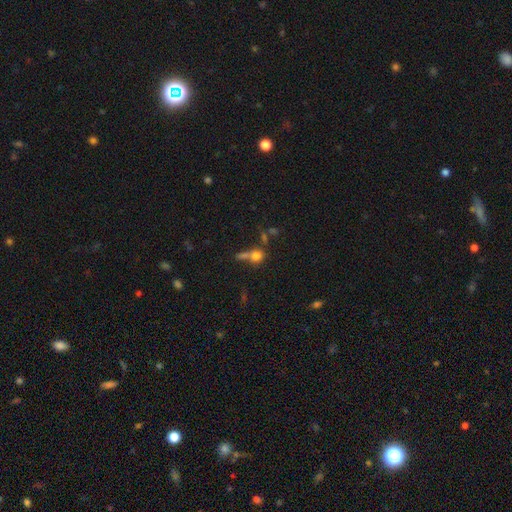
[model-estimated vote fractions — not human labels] Smooth or featured?
  - smooth: 72% *
  - star or artifact: 15%
  - featured or disk: 13%
How rounded?
  - round: 74% *
  - in between: 22%
  - cigar-shaped: 3%
Merging?
  - none: 42% *
  - merger: 38%
  - minor disturbance: 11%
  - major disturbance: 9%